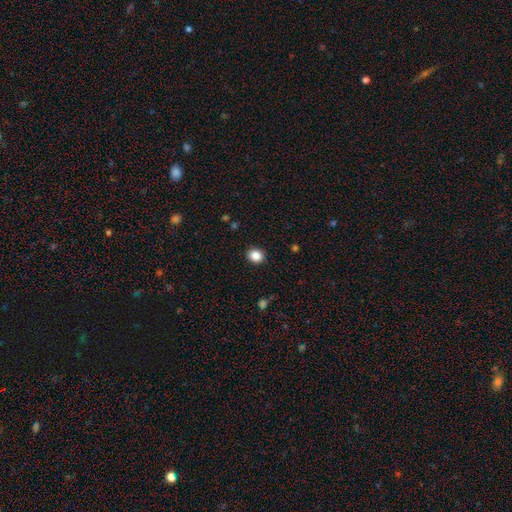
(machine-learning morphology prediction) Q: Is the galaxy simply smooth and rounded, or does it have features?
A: smooth — 87%.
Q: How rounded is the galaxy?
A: round — 68%.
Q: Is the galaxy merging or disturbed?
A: none — 90%.